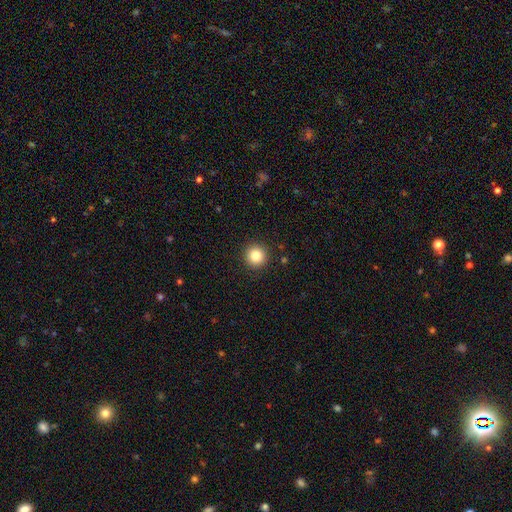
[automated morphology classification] smooth 84%, star or artifact 11%, featured or disk 5%. Down the decision tree: how rounded — round (95%); merging — none (92%).